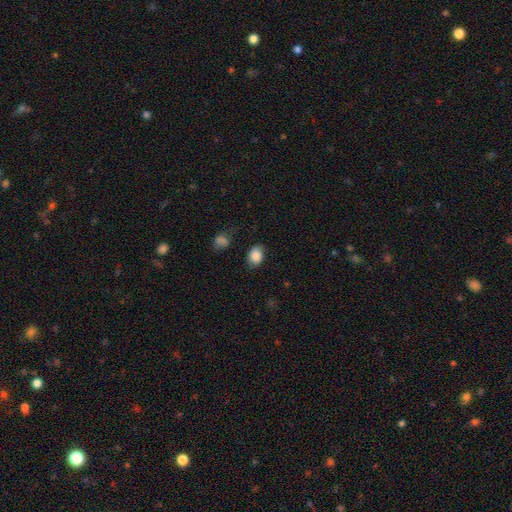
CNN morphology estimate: Smooth or featured? Predicted: smooth (p=0.85). How rounded? Predicted: in between (p=0.63). Merging? Predicted: none (p=0.72).